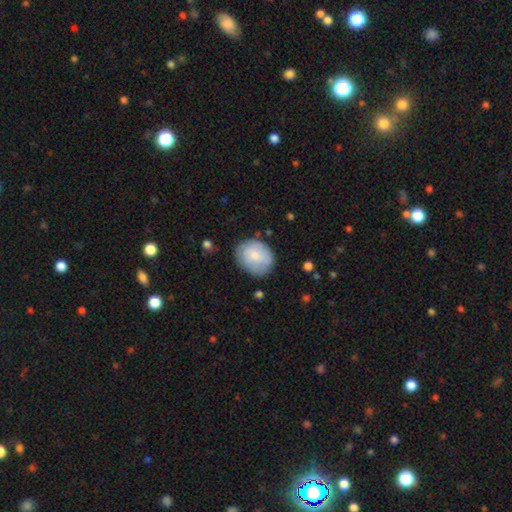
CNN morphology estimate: Smooth or featured? Predicted: smooth (p=0.72). How rounded? Predicted: round (p=0.50). Merging? Predicted: none (p=0.72).